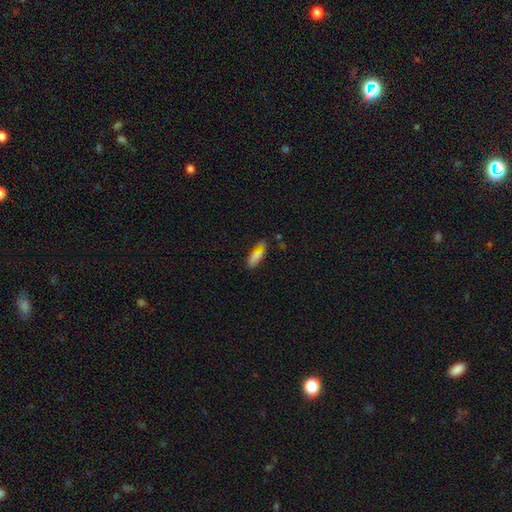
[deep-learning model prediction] Smooth or featured?
  - smooth: 72% *
  - featured or disk: 20%
  - star or artifact: 8%
How rounded?
  - in between: 73% *
  - cigar-shaped: 24%
  - round: 2%
Merging?
  - none: 67% *
  - minor disturbance: 24%
  - major disturbance: 6%
  - merger: 4%